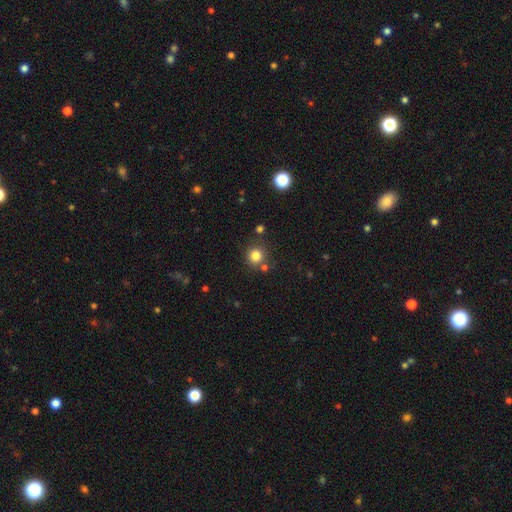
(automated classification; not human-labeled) This is clearly a smooth galaxy (82%). How rounded: clearly round (90%). Merging: likely none (79%).